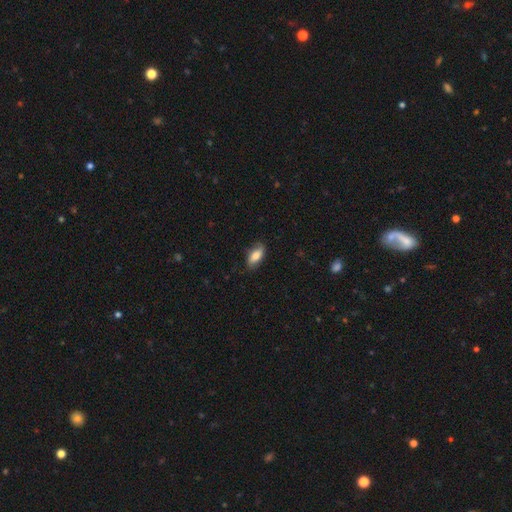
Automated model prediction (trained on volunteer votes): Smooth or featured: smooth — 77% (featured or disk — 17%)
How rounded: in between — 88% (cigar-shaped — 9%)
Merging: none — 80% (minor disturbance — 16%)